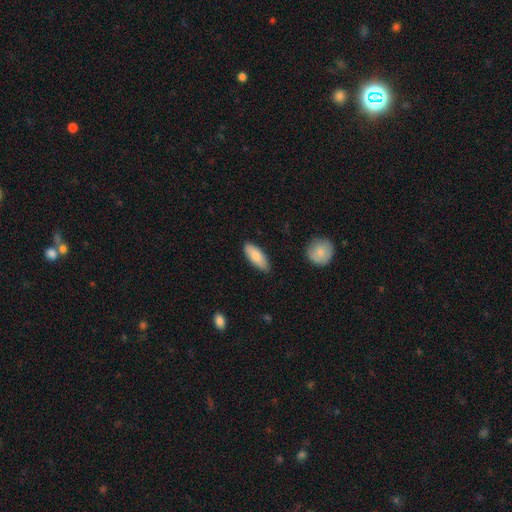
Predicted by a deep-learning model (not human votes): smooth_or_featured: smooth (p=0.82) [alt: featured or disk p=0.12]
how_rounded: in between (p=0.73) [alt: cigar-shaped p=0.25]
merging: none (p=0.84) [alt: minor disturbance p=0.12]